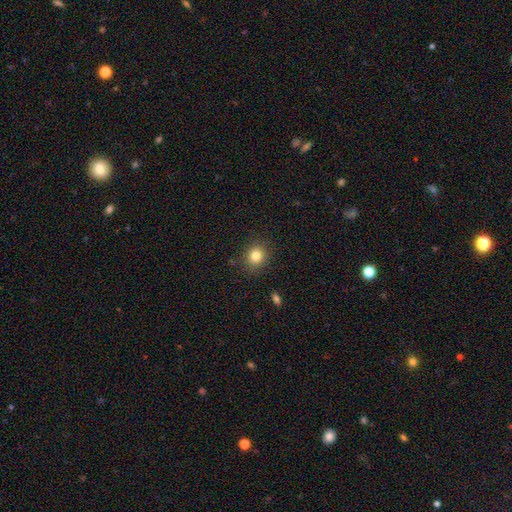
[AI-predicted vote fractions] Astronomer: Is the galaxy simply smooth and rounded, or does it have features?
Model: smooth — 82%.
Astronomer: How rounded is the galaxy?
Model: round — 76%.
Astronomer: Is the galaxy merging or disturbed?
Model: none — 88%.